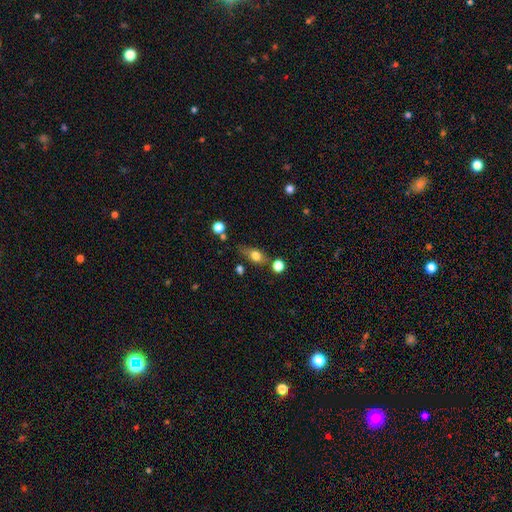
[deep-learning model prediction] Smooth or featured?
  - smooth: 73% *
  - featured or disk: 17%
  - star or artifact: 10%
How rounded?
  - in between: 65% *
  - round: 24%
  - cigar-shaped: 11%
Merging?
  - none: 55% *
  - minor disturbance: 24%
  - merger: 11%
  - major disturbance: 10%